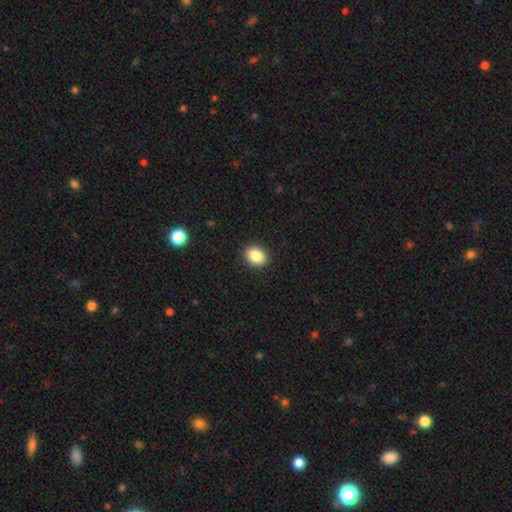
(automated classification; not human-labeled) Smooth or featured: smooth — 86% (star or artifact — 9%)
How rounded: in between — 54% (round — 45%)
Merging: none — 91% (minor disturbance — 6%)